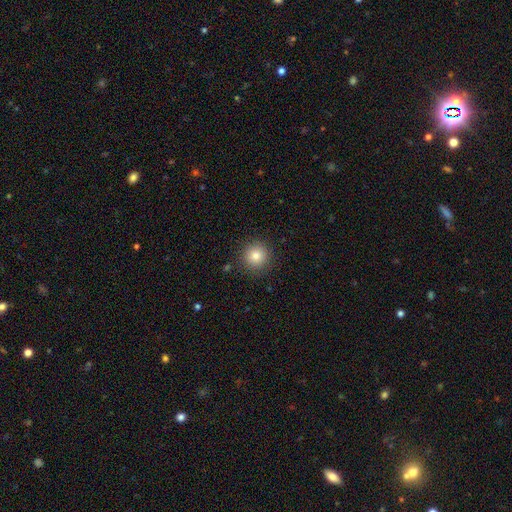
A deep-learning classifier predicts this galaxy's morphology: Q: Smooth or featured?
A: smooth (82%); runner-up: star or artifact (11%)
Q: How rounded?
A: round (94%); runner-up: in between (5%)
Q: Merging?
A: none (90%); runner-up: minor disturbance (7%)